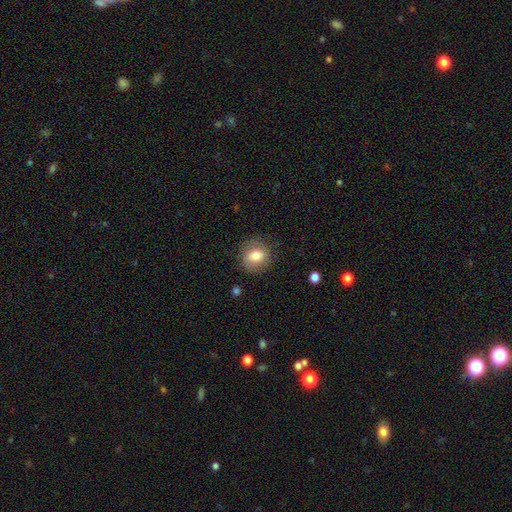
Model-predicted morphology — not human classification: A smooth galaxy with no disk features (75%) that is round (75%).

Vote fractions:
- Smooth or featured? smooth: 75% / featured or disk: 17% / star or artifact: 8%
- How rounded? round: 75% / in between: 24% / cigar-shaped: 1%
- Merging? none: 80% / minor disturbance: 14% / major disturbance: 5% / merger: 1%